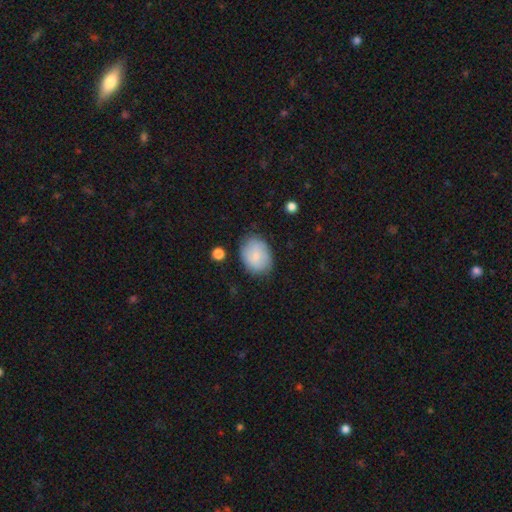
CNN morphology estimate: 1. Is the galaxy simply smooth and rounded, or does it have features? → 74% smooth, 19% featured or disk, 7% star or artifact.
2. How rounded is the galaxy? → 62% in between, 37% round, 1% cigar-shaped.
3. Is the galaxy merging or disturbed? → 76% none, 18% minor disturbance, 4% major disturbance, 2% merger.